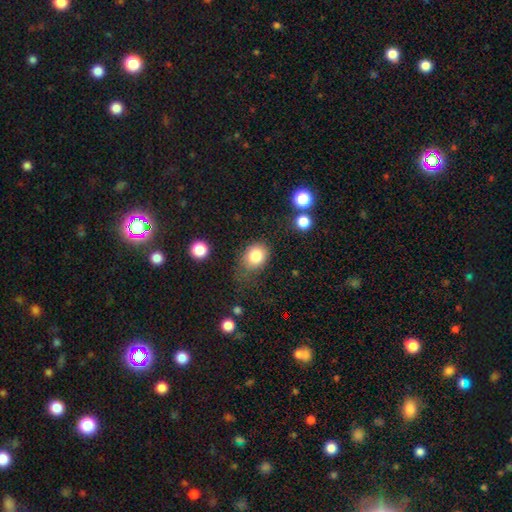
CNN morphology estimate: A smooth galaxy with no disk features (82%) that is round (51%).

Vote fractions:
- Smooth or featured? smooth: 82% / star or artifact: 10% / featured or disk: 9%
- How rounded? round: 51% / in between: 48% / cigar-shaped: 1%
- Merging? none: 60% / minor disturbance: 26% / major disturbance: 11% / merger: 3%